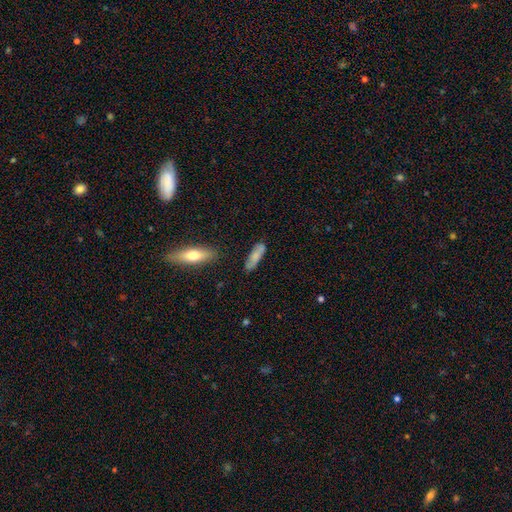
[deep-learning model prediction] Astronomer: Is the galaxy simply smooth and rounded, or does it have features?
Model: smooth — 73%.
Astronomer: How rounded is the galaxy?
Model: cigar-shaped — 53% (runner-up: in between, 45%).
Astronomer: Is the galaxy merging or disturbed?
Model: none — 76%.